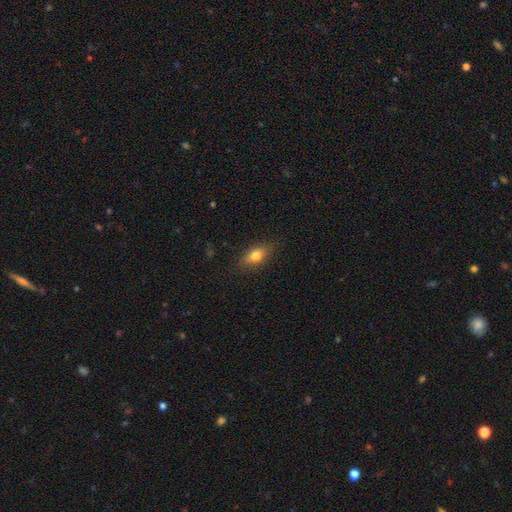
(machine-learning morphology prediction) Smooth or featured? Predicted: smooth (p=0.72). How rounded? Predicted: in between (p=0.77). Merging? Predicted: none (p=0.85).